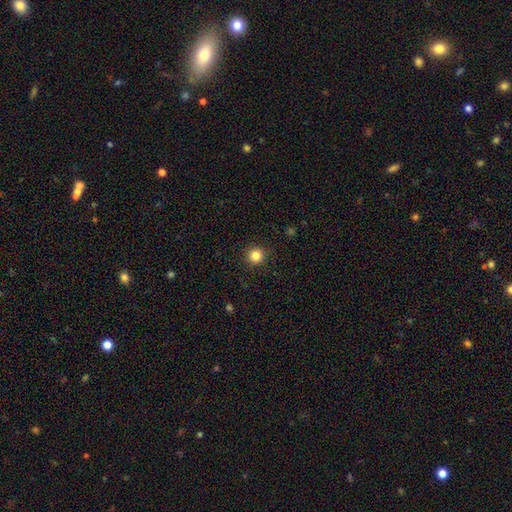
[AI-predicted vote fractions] smooth 84%, star or artifact 12%, featured or disk 5%. Down the decision tree: how rounded — round (95%); merging — none (92%).